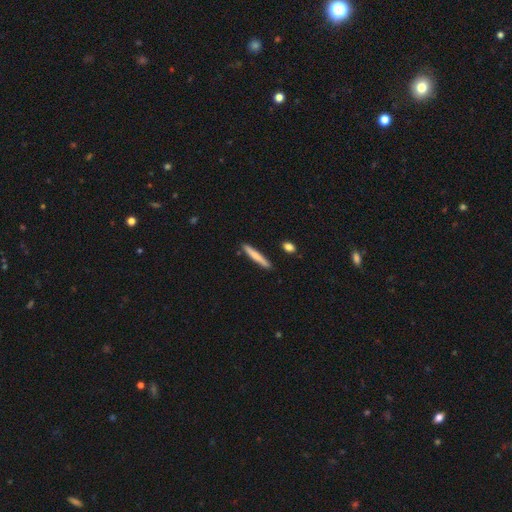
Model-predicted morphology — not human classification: smooth 70%, featured or disk 24%, star or artifact 5%. Down the decision tree: how rounded — cigar-shaped (95%); merging — none (88%).